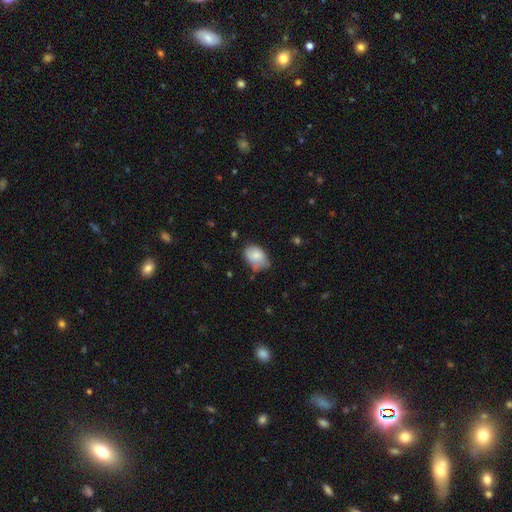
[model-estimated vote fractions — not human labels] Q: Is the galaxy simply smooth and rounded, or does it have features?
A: smooth — 80%.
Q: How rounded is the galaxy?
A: in between — 78%.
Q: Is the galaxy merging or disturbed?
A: none — 49%.